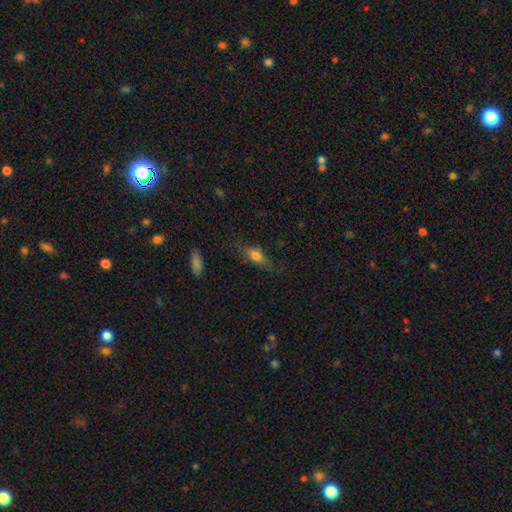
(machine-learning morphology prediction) Smooth or featured: smooth — 60% (featured or disk — 31%)
How rounded: in between — 53% (cigar-shaped — 43%)
Merging: none — 75% (minor disturbance — 18%)